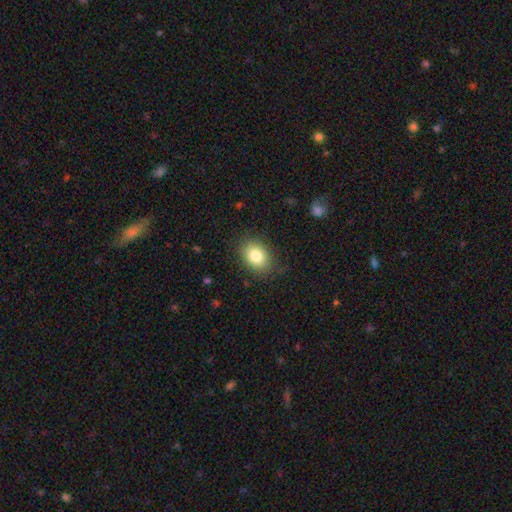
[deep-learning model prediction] A smooth galaxy with no disk features (82%) that is in between round and cigar-shaped (65%). Merging: none (84%).